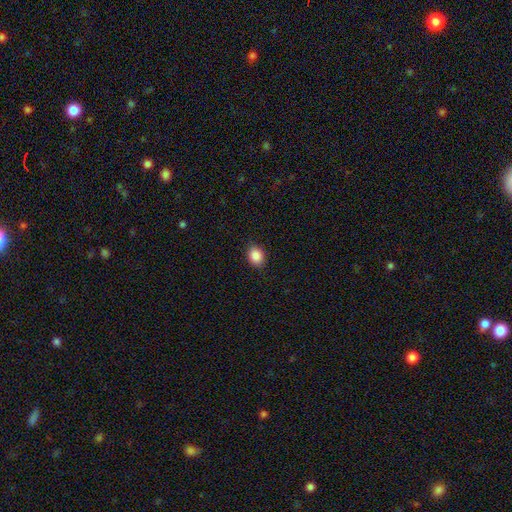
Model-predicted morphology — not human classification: Smooth or featured: smooth — 88% (star or artifact — 9%)
How rounded: in between — 50% (round — 49%)
Merging: none — 88% (minor disturbance — 9%)